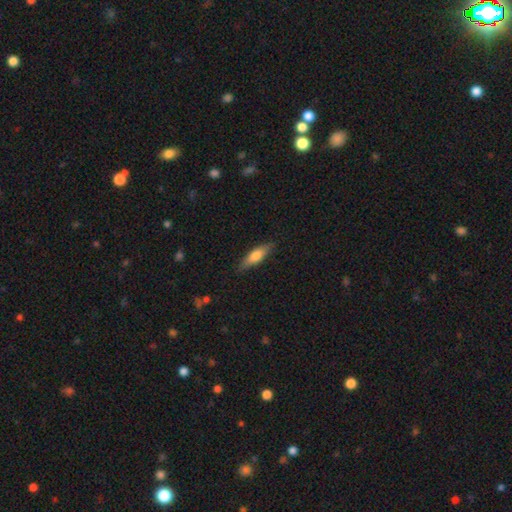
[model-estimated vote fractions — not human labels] Morphology: type=smooth (67%); roundness=cigar-shaped (61%); merging=none (84%).